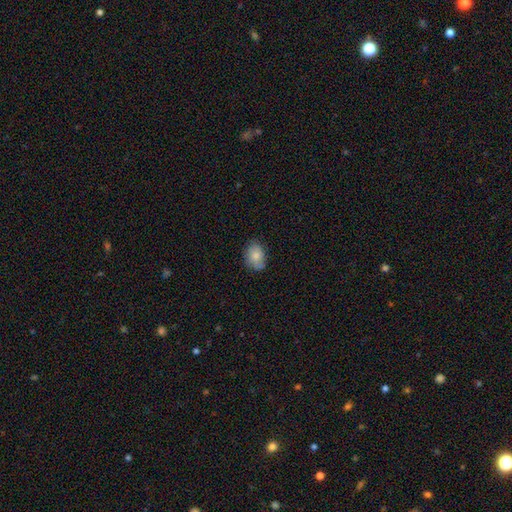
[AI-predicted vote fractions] This appears to be a smooth galaxy with no disk features (77%) that is in between round and cigar-shaped (67%). Merging: none (71%).